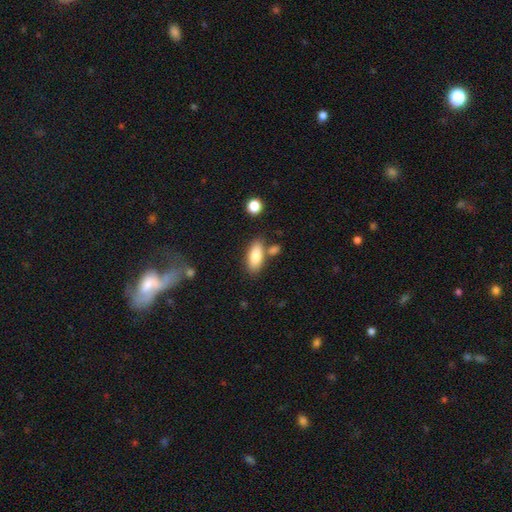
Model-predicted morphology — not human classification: Q: Smooth or featured?
A: smooth (84%); runner-up: featured or disk (10%)
Q: How rounded?
A: in between (82%); runner-up: cigar-shaped (15%)
Q: Merging?
A: none (71%); runner-up: merger (13%)